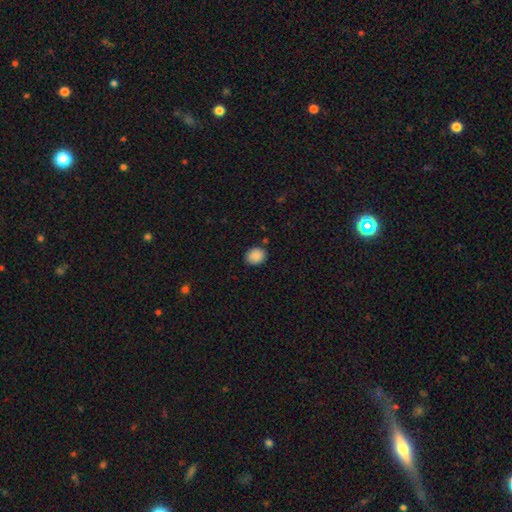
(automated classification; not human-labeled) smooth 89%, star or artifact 8%, featured or disk 3%. Down the decision tree: how rounded — round (58%); merging — none (85%).